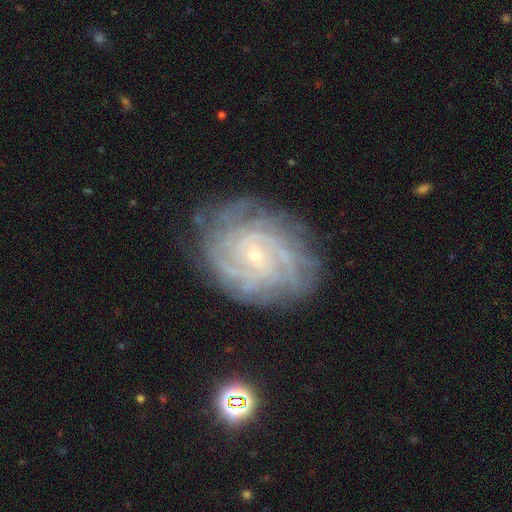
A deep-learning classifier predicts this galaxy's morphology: Smooth or featured? Predicted: featured or disk (p=0.87). Edge-on disk? Predicted: no (p=0.97). Bar? Predicted: no (p=0.68). Spiral arms? Predicted: yes (p=0.97). Spiral winding? Predicted: tight (p=0.76). Spiral arm count? Predicted: can't tell (p=0.30). Bulge size? Predicted: small (p=0.85). Merging? Predicted: none (p=0.77).